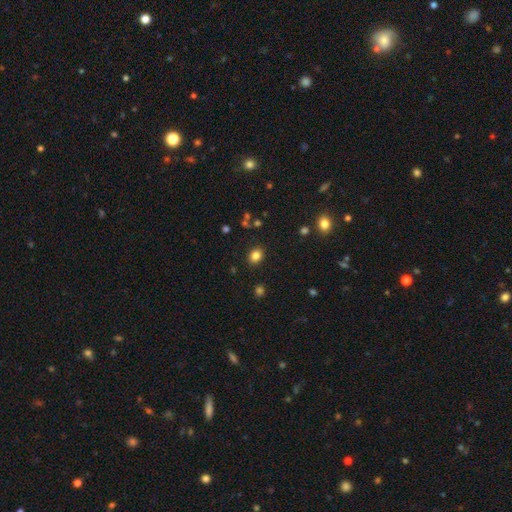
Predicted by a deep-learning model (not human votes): Smooth or featured?
  - smooth: 83% *
  - star or artifact: 12%
  - featured or disk: 5%
How rounded?
  - round: 54% *
  - in between: 45%
  - cigar-shaped: 1%
Merging?
  - none: 87% *
  - minor disturbance: 8%
  - major disturbance: 3%
  - merger: 2%